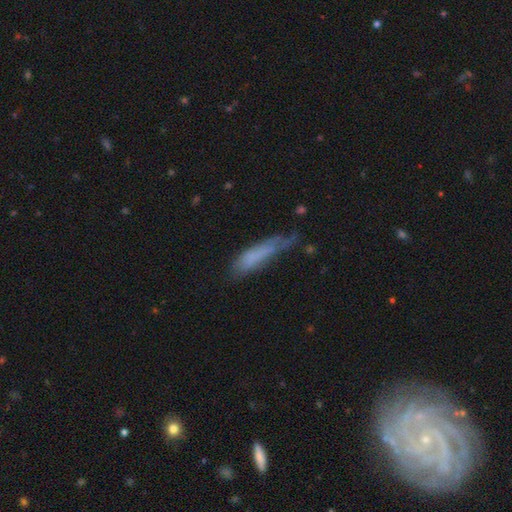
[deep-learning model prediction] A smooth galaxy with no disk features (65%) that is cigar-shaped (75%).

Vote fractions:
- Smooth or featured? smooth: 65% / featured or disk: 26% / star or artifact: 9%
- How rounded? cigar-shaped: 75% / in between: 23% / round: 2%
- Merging? none: 38% / minor disturbance: 36% / major disturbance: 22% / merger: 4%